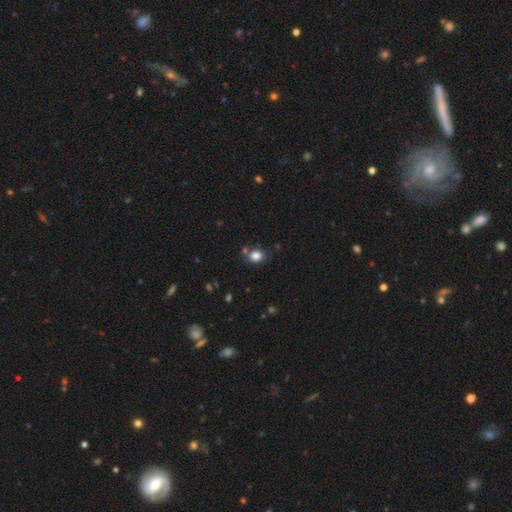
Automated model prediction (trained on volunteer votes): This is clearly a smooth galaxy (82%). How rounded: possibly round (58%). Merging: likely none (71%).